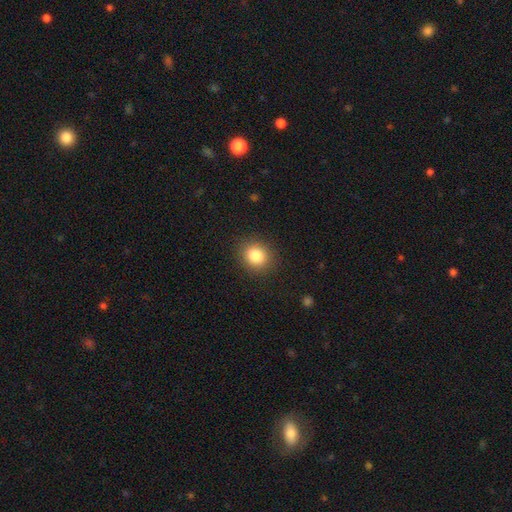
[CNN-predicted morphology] smooth-or-featured: smooth: 84% | star or artifact: 10% | featured or disk: 6%
  how-rounded: round: 77% | in between: 22% | cigar-shaped: 1%
  merging: none: 89% | minor disturbance: 7% | major disturbance: 3% | merger: 1%